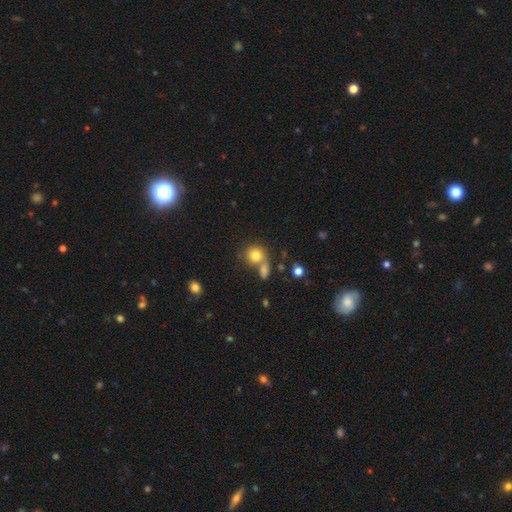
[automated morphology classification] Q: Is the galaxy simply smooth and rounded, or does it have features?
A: smooth — 80%.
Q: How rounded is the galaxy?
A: round — 82%.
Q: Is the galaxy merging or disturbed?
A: none — 51%.